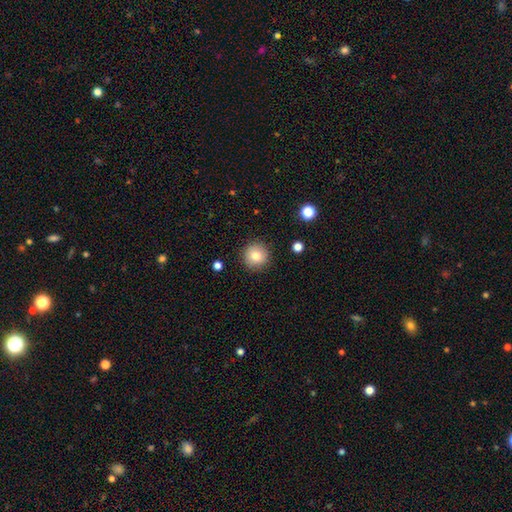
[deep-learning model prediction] Smooth or featured?
  - smooth: 81% *
  - star or artifact: 10%
  - featured or disk: 9%
How rounded?
  - round: 95% *
  - in between: 4%
  - cigar-shaped: 1%
Merging?
  - none: 91% *
  - minor disturbance: 6%
  - major disturbance: 2%
  - merger: 1%